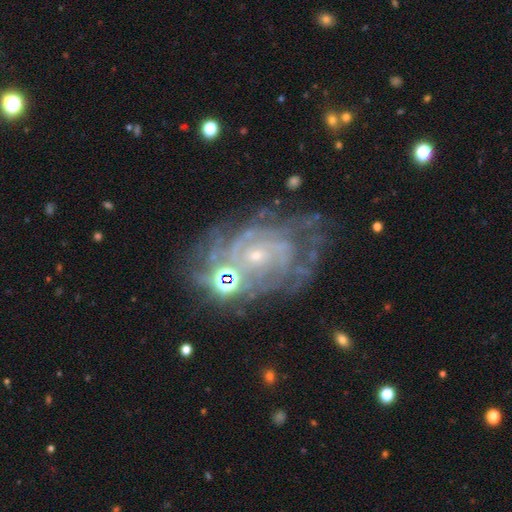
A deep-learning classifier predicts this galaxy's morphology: This is clearly a featured or disk galaxy (84%). It is clearly not viewed edge-on (97%). Bar: likely no (73%). Spiral arm pattern: clearly yes (92%). Spiral arm count: marginally can't tell (39%). Spiral winding: likely tight (70%). Central bulge: likely small (78%). Merging: possibly none (59%).